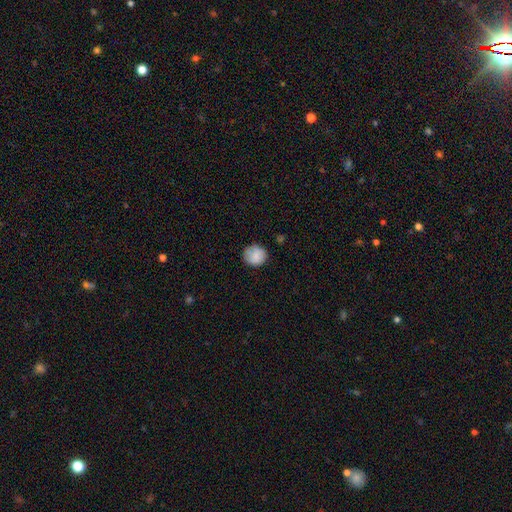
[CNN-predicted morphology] smooth_or_featured: smooth (p=0.83) [alt: featured or disk p=0.09]
how_rounded: round (p=0.83) [alt: in between p=0.16]
merging: none (p=0.78) [alt: minor disturbance p=0.17]